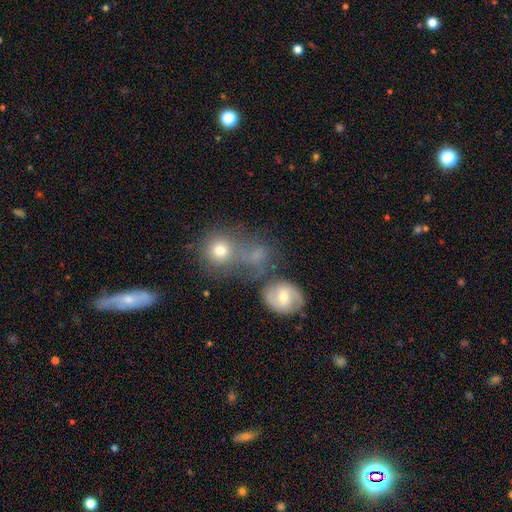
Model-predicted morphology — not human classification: smooth-or-featured: smooth: 59% | featured or disk: 27% | star or artifact: 14%
  how-rounded: round: 68% | in between: 30% | cigar-shaped: 2%
  merging: none: 43% | merger: 34% | minor disturbance: 13% | major disturbance: 10%